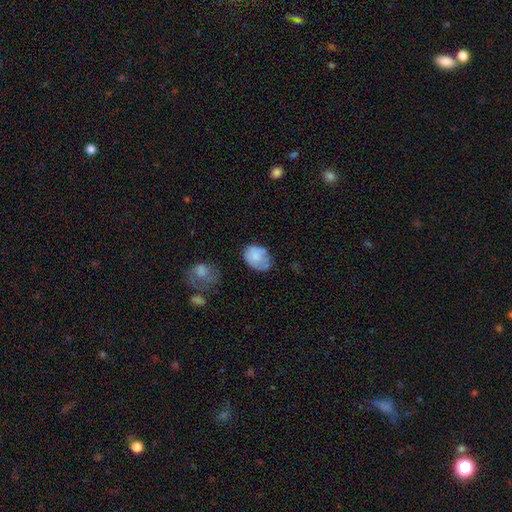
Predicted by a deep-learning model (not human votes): Smooth or featured? smooth (75%)
How rounded? in between (75%)
Merging? none (54%)